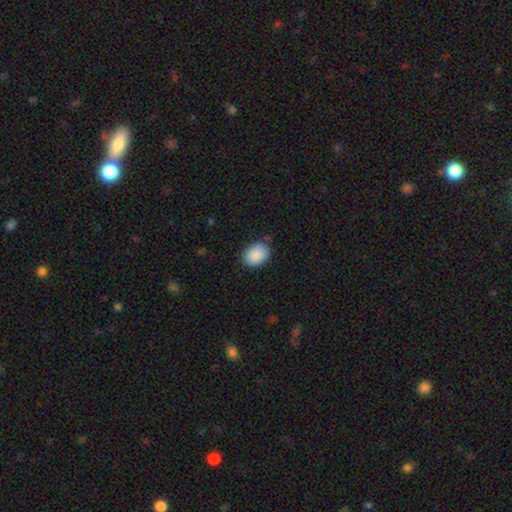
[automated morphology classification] smooth 90%, star or artifact 7%, featured or disk 4%. Down the decision tree: how rounded — in between (72%); merging — none (81%).